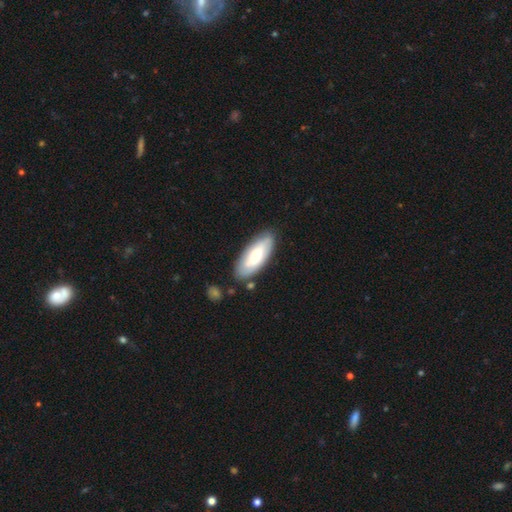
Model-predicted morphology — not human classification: A smooth galaxy with no disk features (57%) that is in between round and cigar-shaped (79%).

Vote fractions:
- Smooth or featured? smooth: 57% / featured or disk: 38% / star or artifact: 5%
- How rounded? in between: 79% / cigar-shaped: 19% / round: 2%
- Merging? none: 82% / minor disturbance: 12% / merger: 3% / major disturbance: 3%